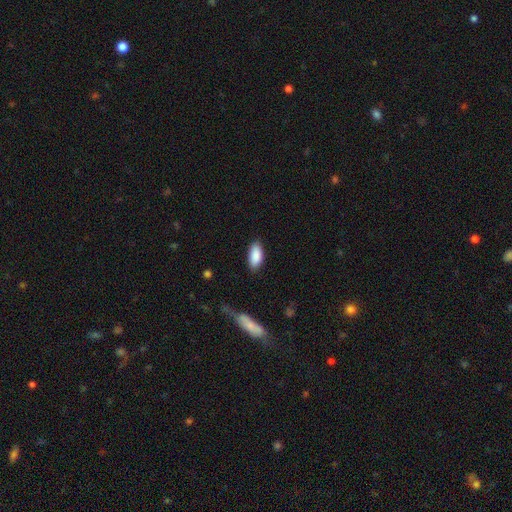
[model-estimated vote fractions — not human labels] Overall: smooth (89%). How rounded: in between (92%). Merging: none (83%).